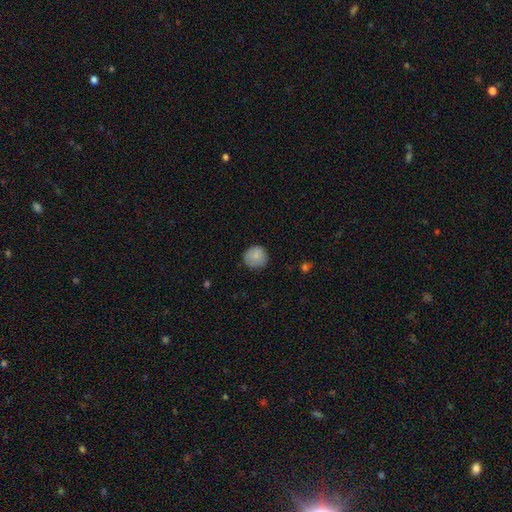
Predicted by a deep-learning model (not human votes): Smooth or featured? smooth (84%)
How rounded? round (93%)
Merging? none (83%)